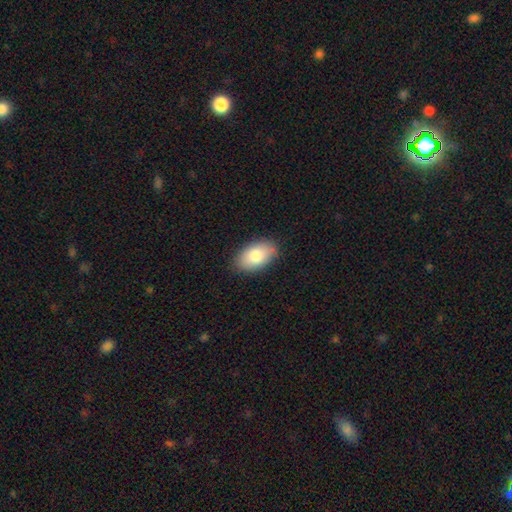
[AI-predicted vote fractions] This is clearly a smooth galaxy (81%). How rounded: clearly in between (93%). Merging: clearly none (85%).